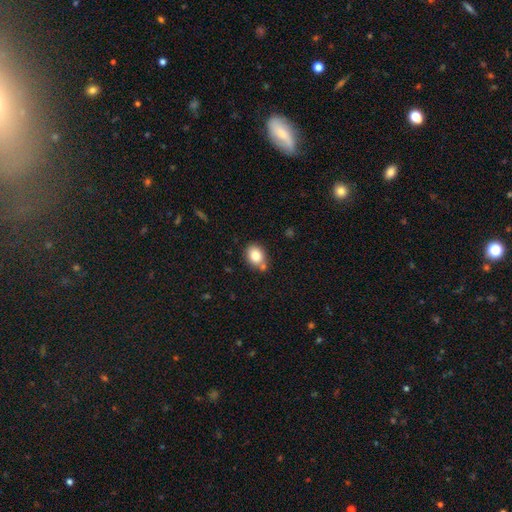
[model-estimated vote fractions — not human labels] Overall: smooth (82%). How rounded: in between (60%; round 40%). Merging: none (69%).